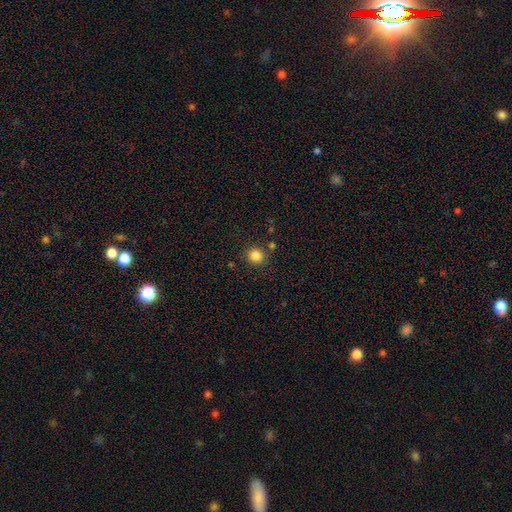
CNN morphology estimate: Q: Smooth or featured?
A: smooth (84%); runner-up: star or artifact (12%)
Q: How rounded?
A: round (92%); runner-up: in between (7%)
Q: Merging?
A: none (87%); runner-up: minor disturbance (7%)